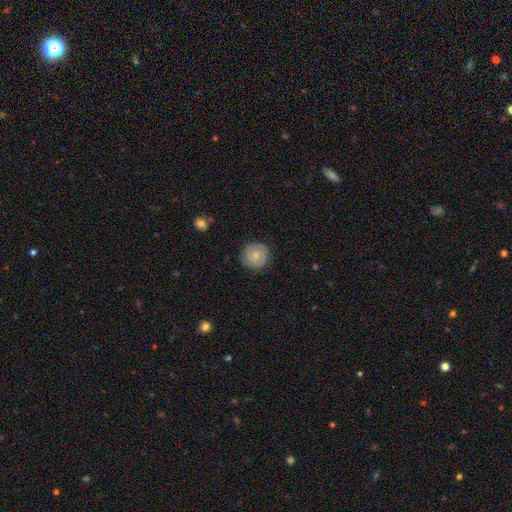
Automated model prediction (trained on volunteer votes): Smooth or featured: smooth — 66% (featured or disk — 27%)
How rounded: round — 93% (in between — 7%)
Merging: none — 84% (minor disturbance — 12%)